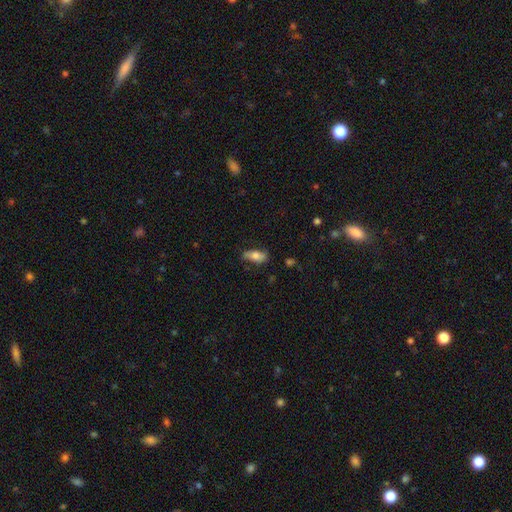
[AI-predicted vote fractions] A smooth galaxy with no disk features (73%) that is in between round and cigar-shaped (81%).

Vote fractions:
- Smooth or featured? smooth: 73% / featured or disk: 20% / star or artifact: 7%
- How rounded? in between: 81% / cigar-shaped: 16% / round: 3%
- Merging? none: 74% / minor disturbance: 20% / major disturbance: 4% / merger: 2%